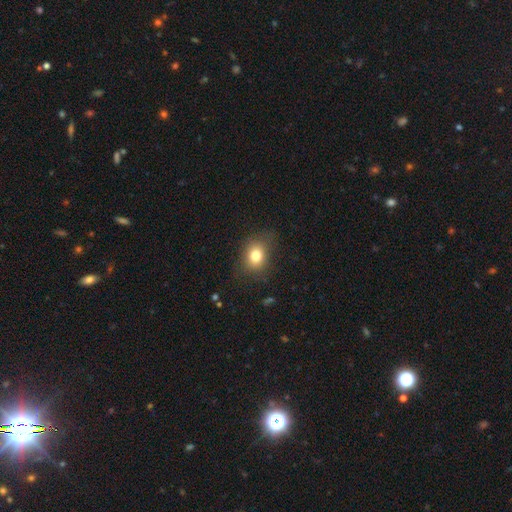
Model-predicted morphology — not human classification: smooth-or-featured: smooth: 78% | star or artifact: 12% | featured or disk: 10%
  how-rounded: round: 50% | in between: 49% | cigar-shaped: 1%
  merging: none: 77% | minor disturbance: 16% | major disturbance: 6% | merger: 1%